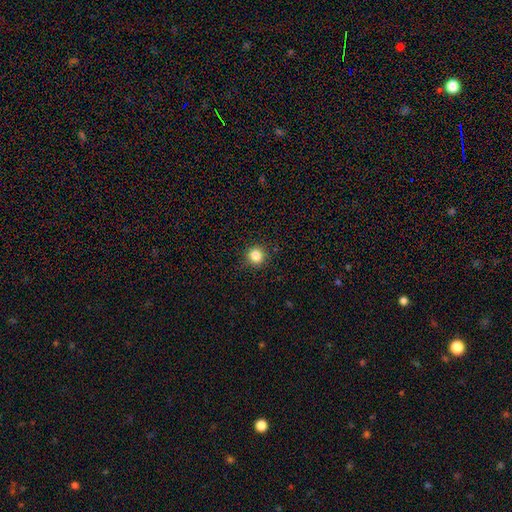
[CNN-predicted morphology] smooth-or-featured: smooth: 84% | star or artifact: 12% | featured or disk: 4%
  how-rounded: round: 94% | in between: 5% | cigar-shaped: 1%
  merging: none: 91% | minor disturbance: 6% | major disturbance: 2% | merger: 1%